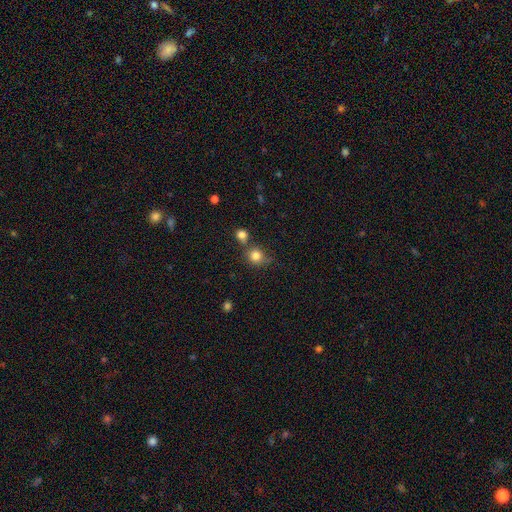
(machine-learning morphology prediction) smooth_or_featured: smooth (p=0.81) [alt: star or artifact p=0.12]
how_rounded: round (p=0.84) [alt: in between p=0.15]
merging: none (p=0.58) [alt: merger p=0.23]